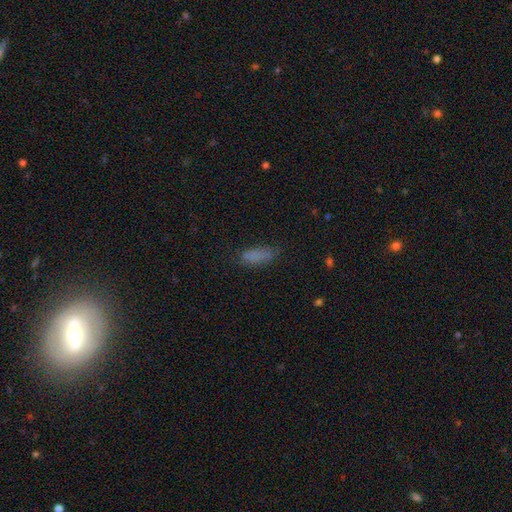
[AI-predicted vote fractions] A smooth galaxy with no disk features (80%) that is in between round and cigar-shaped (68%). Merging: none (68%).